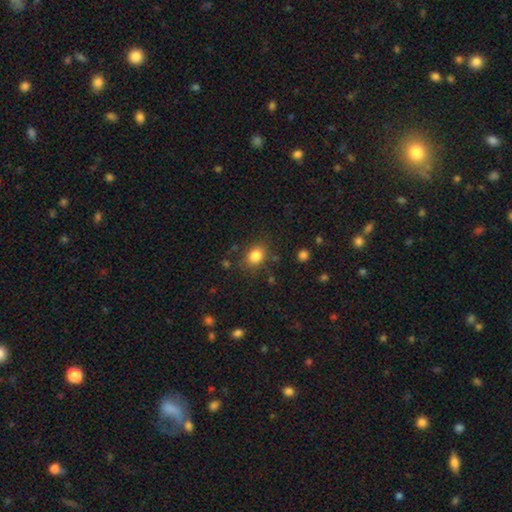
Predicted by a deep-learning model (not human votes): smooth-or-featured: smooth: 83% | star or artifact: 10% | featured or disk: 7%
  how-rounded: in between: 56% | round: 43% | cigar-shaped: 1%
  merging: none: 78% | minor disturbance: 14% | major disturbance: 5% | merger: 3%